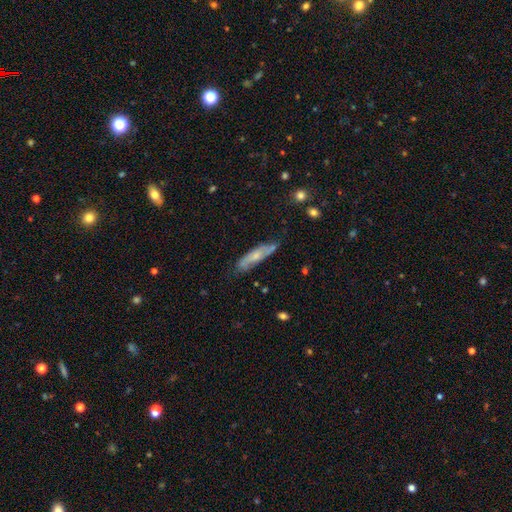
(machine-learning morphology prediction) The model was most divided on "smooth or featured": smooth: 50%, featured or disk: 43%, star or artifact: 7%. More confident: how rounded — cigar-shaped (70%); merging — none (64%).